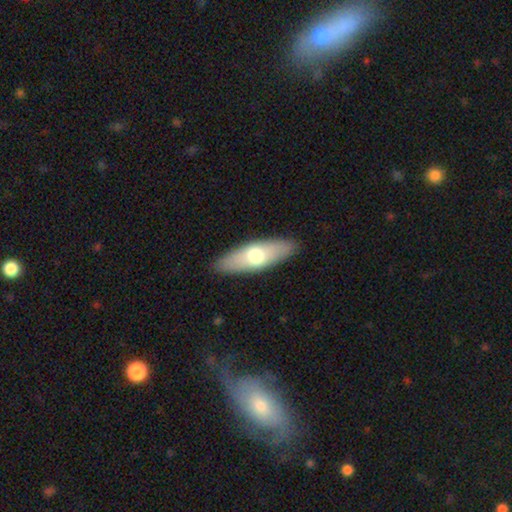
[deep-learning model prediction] Smooth or featured? Predicted: smooth (p=0.64). How rounded? Predicted: in between (p=0.61). Merging? Predicted: none (p=0.88).